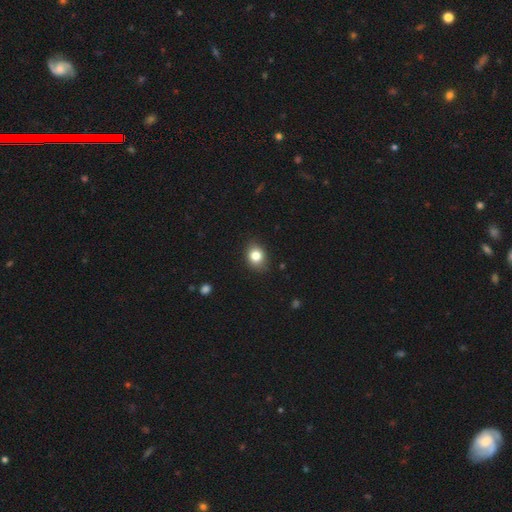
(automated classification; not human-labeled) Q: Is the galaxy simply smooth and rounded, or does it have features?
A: smooth — 82%.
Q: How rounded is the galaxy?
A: round — 55%.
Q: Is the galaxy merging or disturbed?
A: none — 84%.